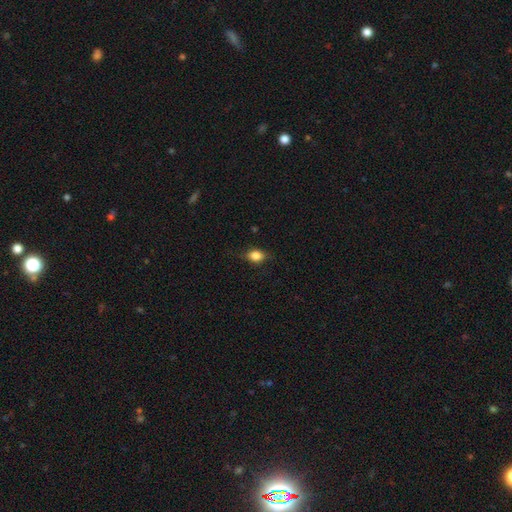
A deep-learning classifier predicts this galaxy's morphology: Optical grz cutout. It shows a smooth galaxy with no disk features (84%) that is in between round and cigar-shaped (70%). Merging: none (79%).